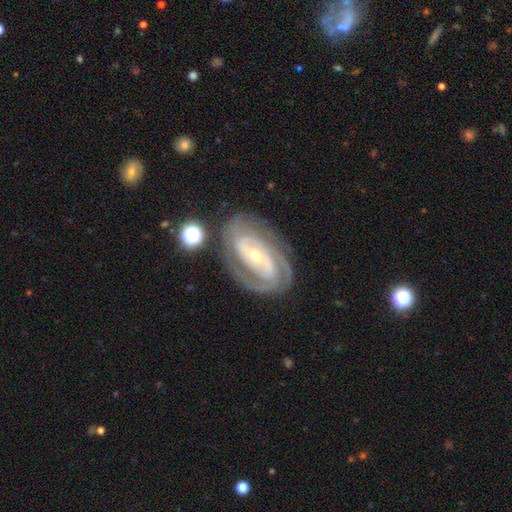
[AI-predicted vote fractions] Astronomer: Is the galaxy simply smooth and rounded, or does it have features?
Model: featured or disk — 90%.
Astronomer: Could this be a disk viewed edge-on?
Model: no — 96%.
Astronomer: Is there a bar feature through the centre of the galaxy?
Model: strong — 35% (runner-up: no, 33%).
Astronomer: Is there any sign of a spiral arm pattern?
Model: yes — 97%.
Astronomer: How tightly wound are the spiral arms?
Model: tight — 70%.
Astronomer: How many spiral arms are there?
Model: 2 — 46% (runner-up: 3, 25%).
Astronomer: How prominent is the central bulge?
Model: small — 59% (runner-up: moderate, 38%).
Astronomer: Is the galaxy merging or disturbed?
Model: none — 76%.